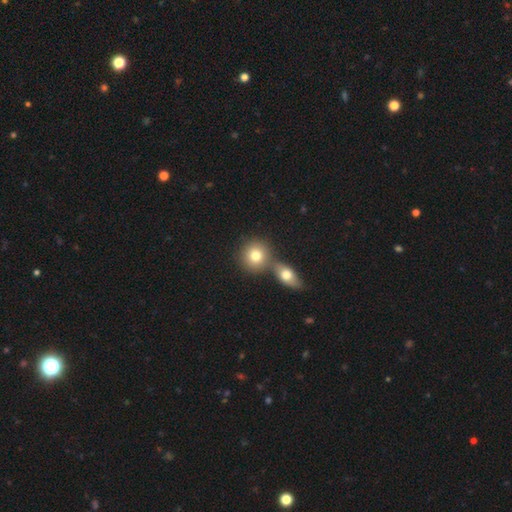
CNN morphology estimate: Smooth or featured: smooth — 77% (featured or disk — 13%)
How rounded: round — 83% (in between — 16%)
Merging: none — 50% (merger — 40%)